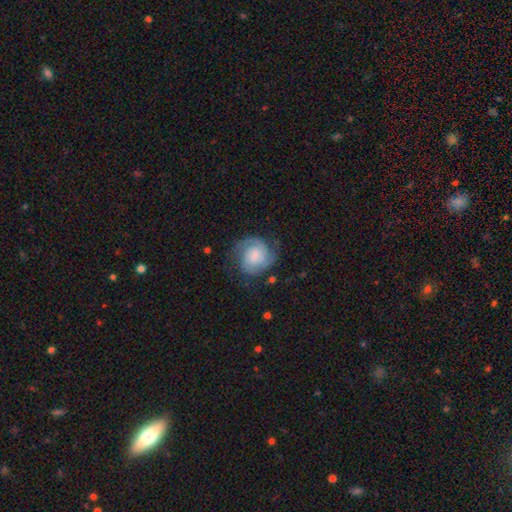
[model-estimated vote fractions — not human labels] Overall: featured or disk (70%). Edge-on disk: no (98%). Bar: no (62%; weak 32%). Spiral arms: yes (94%). Spiral arm count: 2 (66%). Spiral winding: tight (51%; medium 38%). Bulge size: small (32%; moderate 25%). Merging: none (69%).